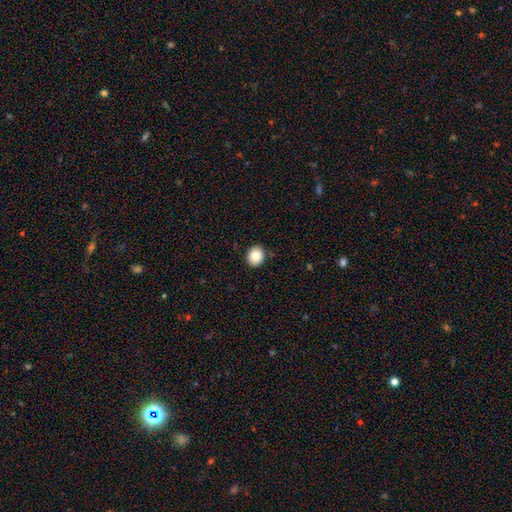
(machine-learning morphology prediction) smooth_or_featured: smooth (p=0.86) [alt: star or artifact p=0.09]
how_rounded: round (p=0.73) [alt: in between p=0.27]
merging: none (p=0.89) [alt: minor disturbance p=0.07]